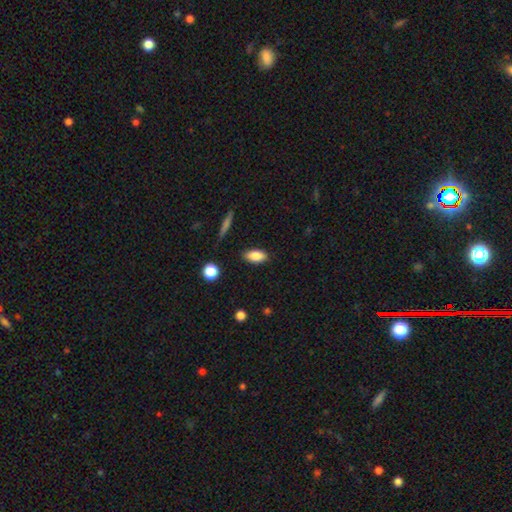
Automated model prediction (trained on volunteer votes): Morphology: type=smooth (85%); roundness=in between (88%); merging=none (86%).